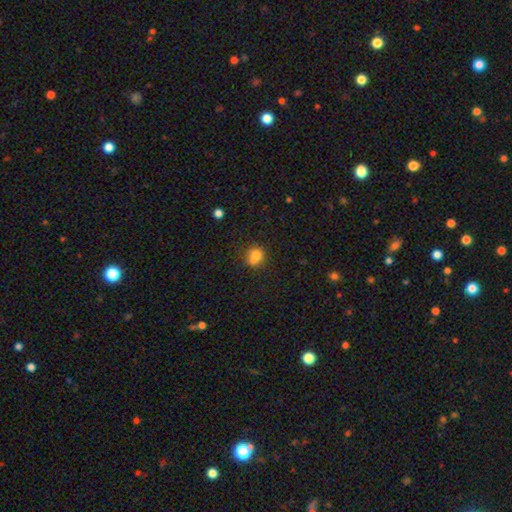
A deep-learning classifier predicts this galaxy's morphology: The model was most divided on "merging": none: 47%, merger: 27%, minor disturbance: 19%, major disturbance: 7%. More confident: smooth or featured — smooth (75%); how rounded — round (68%).